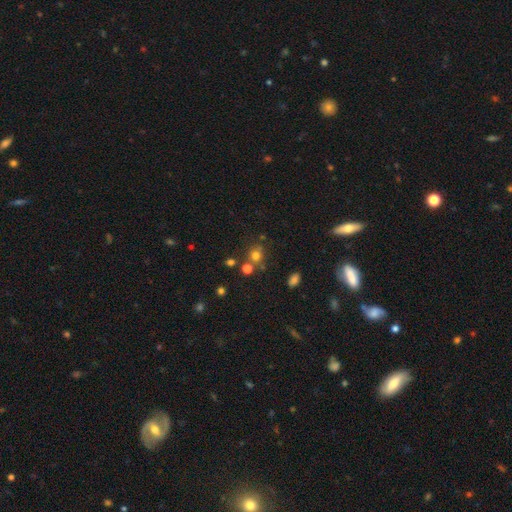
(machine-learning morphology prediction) smooth-or-featured: smooth: 71% | star or artifact: 20% | featured or disk: 9%
  how-rounded: round: 82% | in between: 17% | cigar-shaped: 1%
  merging: none: 67% | merger: 19% | minor disturbance: 11% | major disturbance: 4%